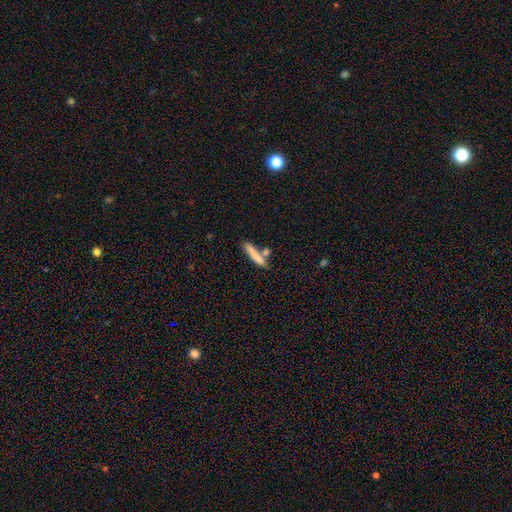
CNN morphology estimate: smooth_or_featured: smooth (p=0.77) [alt: featured or disk p=0.16]
how_rounded: cigar-shaped (p=0.88) [alt: in between p=0.10]
merging: none (p=0.61) [alt: merger p=0.22]